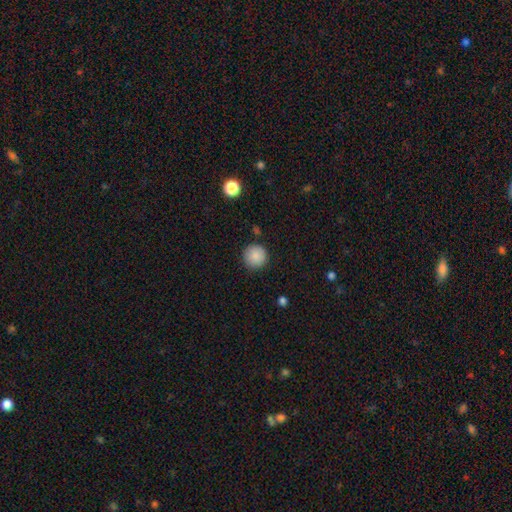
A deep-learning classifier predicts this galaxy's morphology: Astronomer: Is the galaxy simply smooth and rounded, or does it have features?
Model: smooth — 88%.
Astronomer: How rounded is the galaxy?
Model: round — 96%.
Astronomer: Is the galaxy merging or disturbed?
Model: none — 89%.